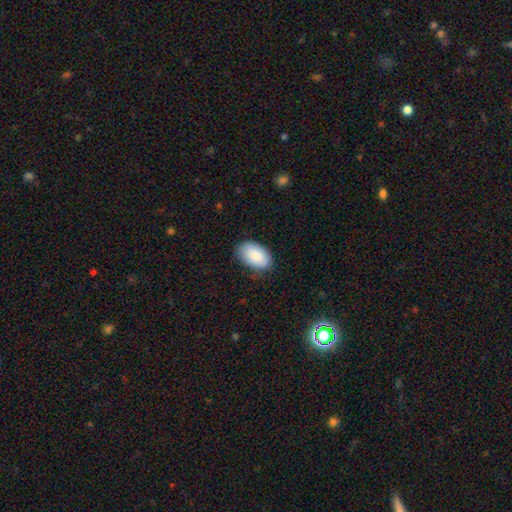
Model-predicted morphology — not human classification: A smooth galaxy with no disk features (88%) that is in between round and cigar-shaped (94%).

Vote fractions:
- Smooth or featured? smooth: 88% / star or artifact: 6% / featured or disk: 6%
- How rounded? in between: 94% / round: 5% / cigar-shaped: 1%
- Merging? none: 79% / minor disturbance: 17% / major disturbance: 3% / merger: 1%